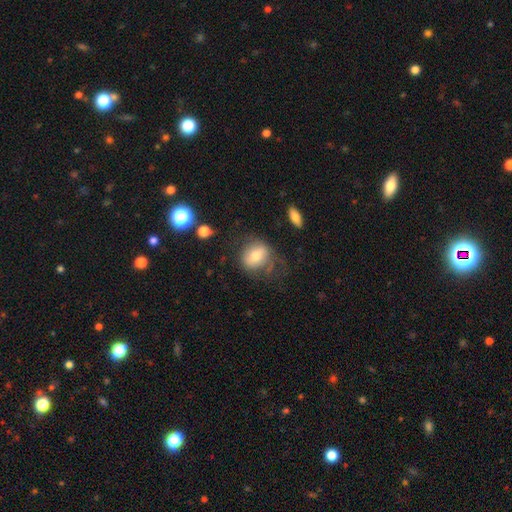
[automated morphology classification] This is likely a smooth galaxy (63%). How rounded: possibly round (59%). Merging: possibly none (54%).